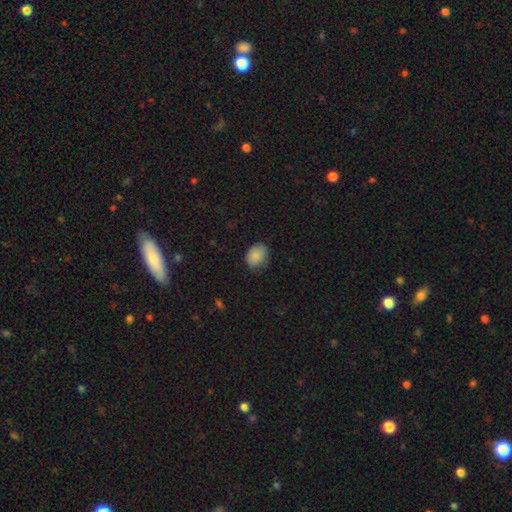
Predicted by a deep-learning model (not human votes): The model was most divided on "how rounded": in between: 54%, round: 45%, cigar-shaped: 1%. More confident: smooth or featured — smooth (87%); merging — none (76%).